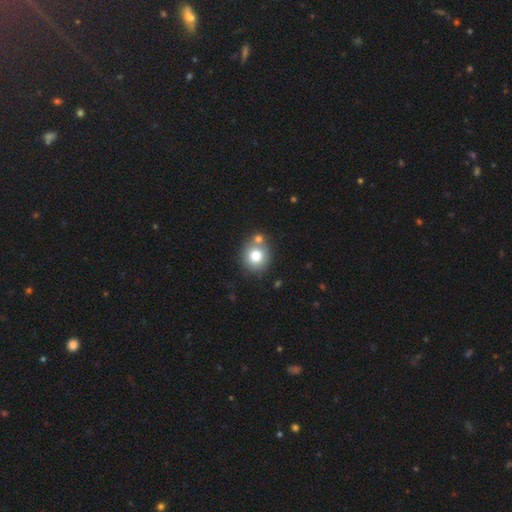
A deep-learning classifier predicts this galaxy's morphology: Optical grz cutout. It shows a smooth galaxy with no disk features (77%) that is round (84%). Merging: none (63%).